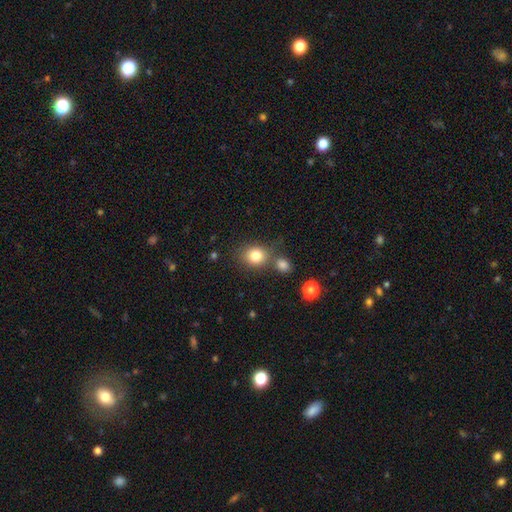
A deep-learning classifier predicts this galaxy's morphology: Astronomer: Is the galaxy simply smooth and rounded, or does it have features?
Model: smooth — 82%.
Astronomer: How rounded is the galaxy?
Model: round — 70%.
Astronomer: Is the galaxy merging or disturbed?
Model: none — 63%.